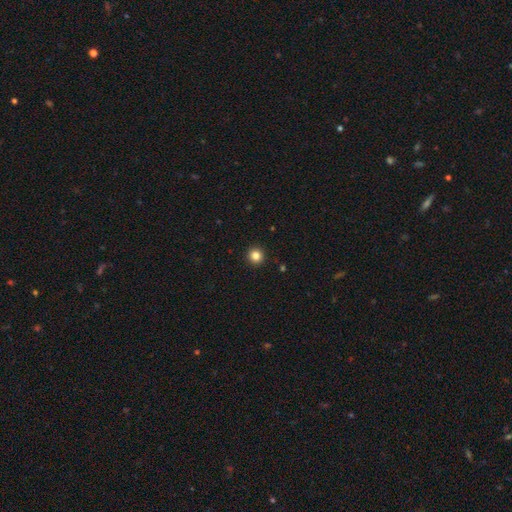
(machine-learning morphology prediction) type=smooth (84%); roundness=round (95%); merging=none (94%).